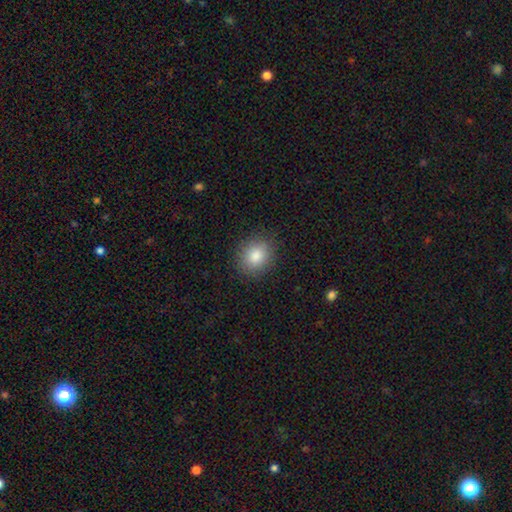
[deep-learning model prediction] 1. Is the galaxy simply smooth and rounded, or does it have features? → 84% smooth, 9% star or artifact, 7% featured or disk.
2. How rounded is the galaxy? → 68% round, 31% in between, 1% cigar-shaped.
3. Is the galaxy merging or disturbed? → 88% none, 9% minor disturbance, 3% major disturbance, 1% merger.